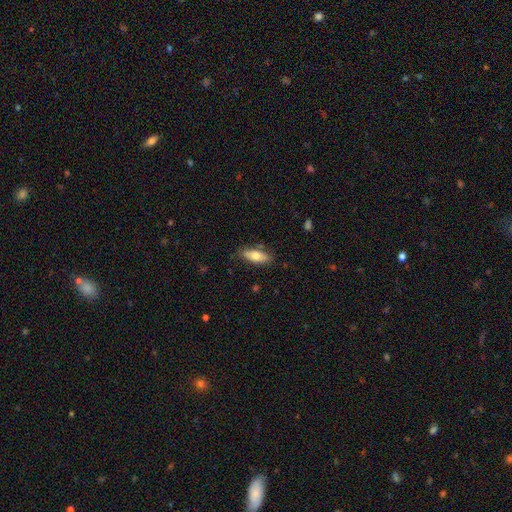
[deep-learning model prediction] This appears to be a smooth galaxy with no disk features (71%) that is in between round and cigar-shaped (73%). Merging: none (78%).